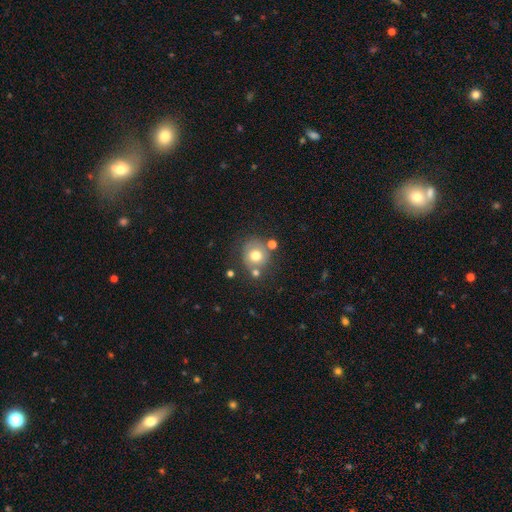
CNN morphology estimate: Overall: smooth (69%). How rounded: round (84%). Merging: none (65%).